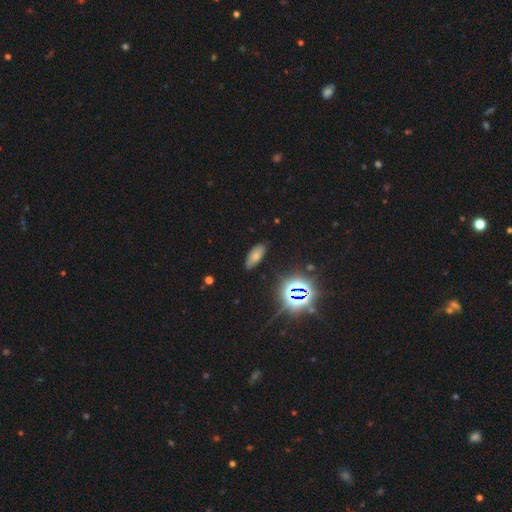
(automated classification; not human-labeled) smooth-or-featured: smooth: 65% | star or artifact: 23% | featured or disk: 12%
  how-rounded: in between: 85% | cigar-shaped: 12% | round: 3%
  merging: none: 85% | minor disturbance: 11% | major disturbance: 3% | merger: 1%